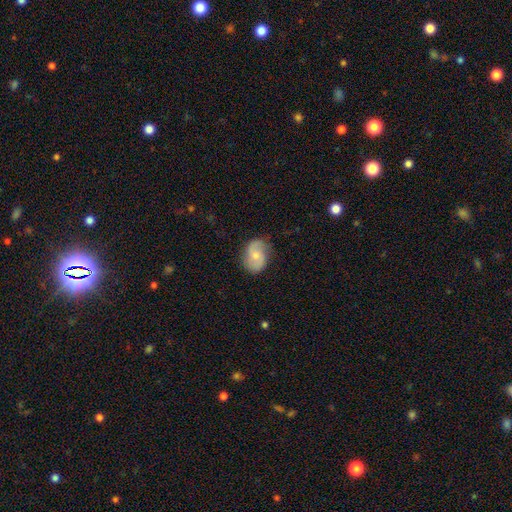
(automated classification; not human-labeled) A featured or disk galaxy (54%) with no bar (63%), spiral arms (88%) and a small central bulge (52%). Merging: none (74%).